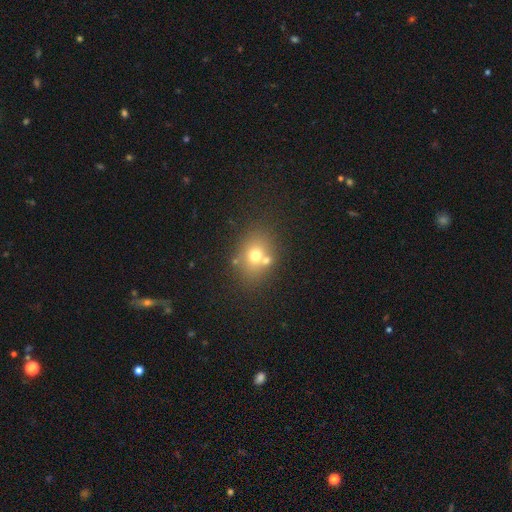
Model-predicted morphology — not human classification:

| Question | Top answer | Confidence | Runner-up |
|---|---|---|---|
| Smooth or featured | smooth | 66% | featured or disk (19%) |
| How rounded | round | 54% | in between (45%) |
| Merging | none | 61% | merger (25%) |